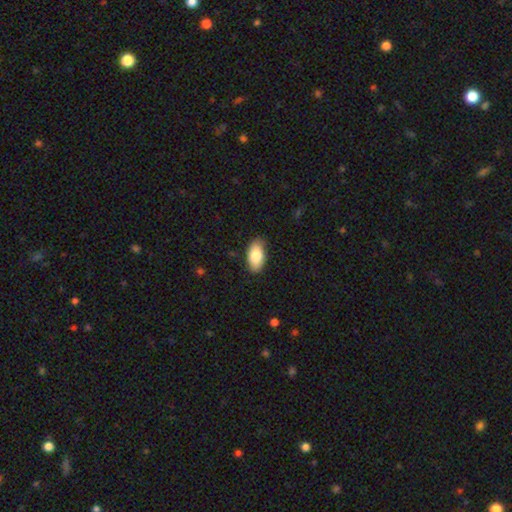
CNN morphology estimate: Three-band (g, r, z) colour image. It shows a smooth galaxy with no disk features (82%) that is in between round and cigar-shaped (94%). Merging: none (84%).